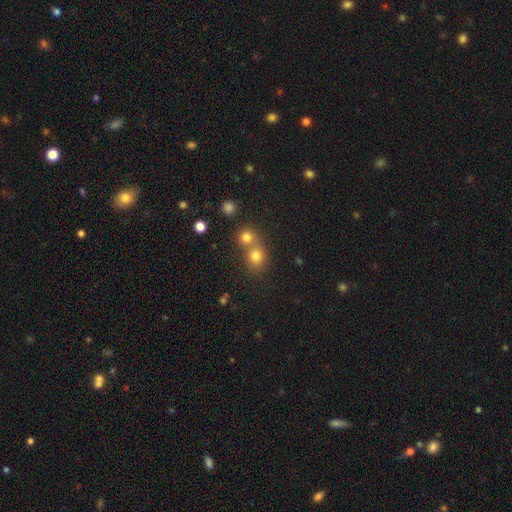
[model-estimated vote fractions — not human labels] smooth_or_featured: smooth (p=0.74) [alt: star or artifact p=0.18]
how_rounded: round (p=0.73) [alt: in between p=0.26]
merging: merger (p=0.48) [alt: none p=0.44]